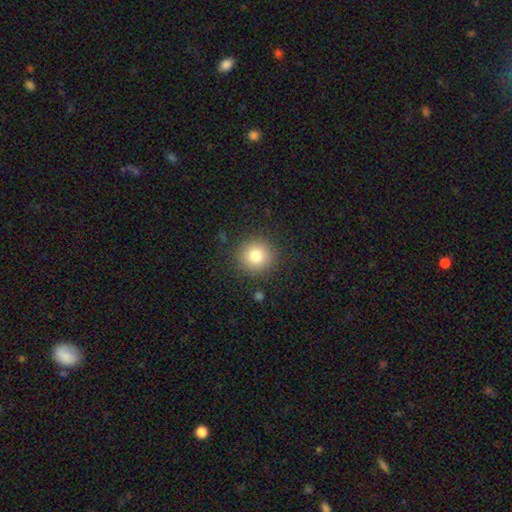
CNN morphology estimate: The model was most divided on "smooth or featured": smooth: 80%, star or artifact: 11%, featured or disk: 9%. More confident: how rounded — round (94%); merging — none (89%).